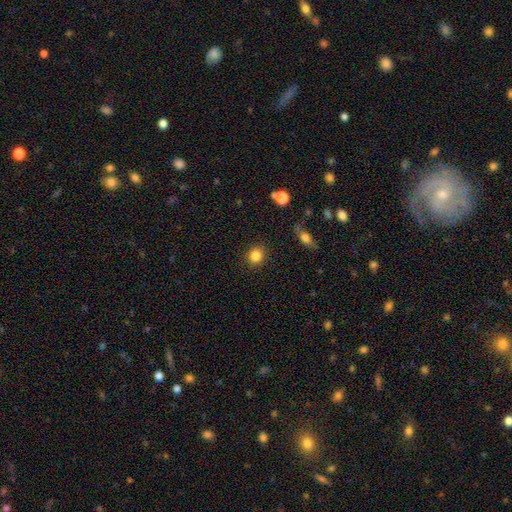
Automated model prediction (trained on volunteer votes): Smooth or featured: smooth — 85% (star or artifact — 10%)
How rounded: round — 81% (in between — 18%)
Merging: none — 89% (minor disturbance — 7%)